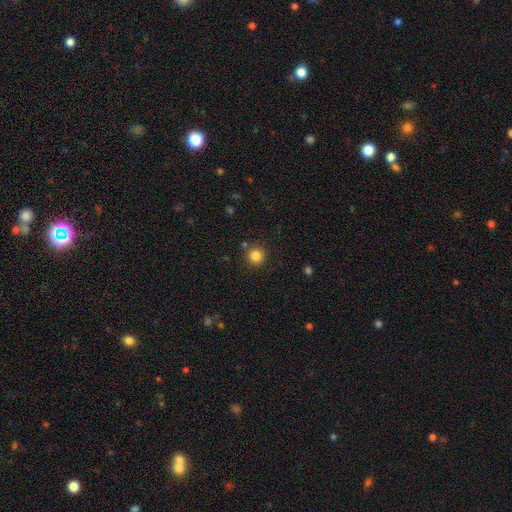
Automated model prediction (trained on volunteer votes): Q: Smooth or featured?
A: smooth (84%); runner-up: star or artifact (12%)
Q: How rounded?
A: round (95%); runner-up: in between (4%)
Q: Merging?
A: none (87%); runner-up: minor disturbance (6%)